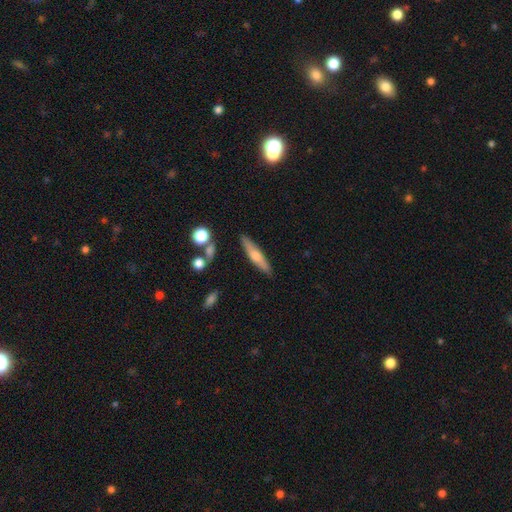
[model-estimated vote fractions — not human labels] The model was most divided on "smooth or featured": smooth: 51%, featured or disk: 43%, star or artifact: 6%. More confident: merging — none (85%); how rounded — cigar-shaped (84%).